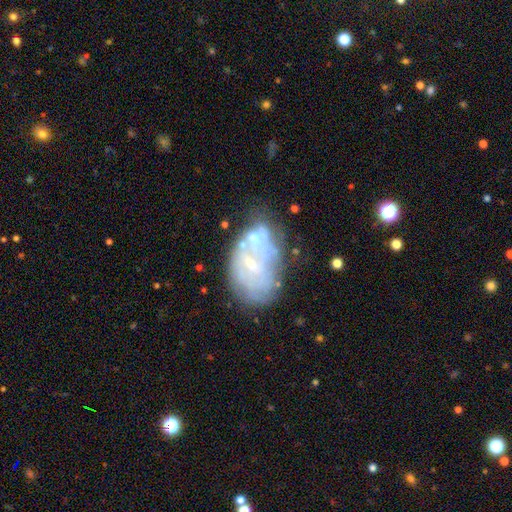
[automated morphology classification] Overall: featured or disk (63%; smooth 24%). Edge-on disk: no (96%). Bar: no (71%). Spiral arms: no (54%; yes 46%). Bulge size: small (68%). Merging: none (45%; merger 21%).